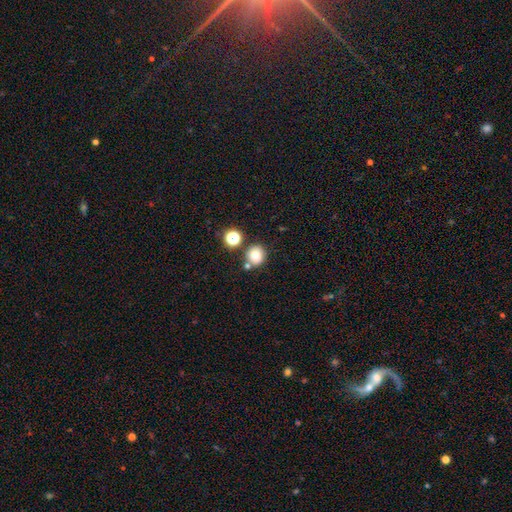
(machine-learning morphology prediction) Overall: smooth (78%). How rounded: round (83%). Merging: none (70%).